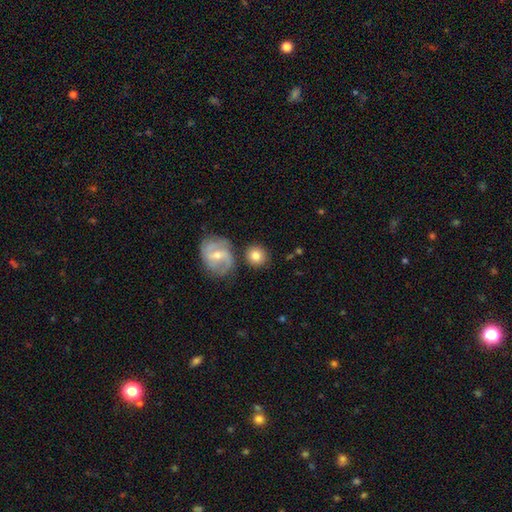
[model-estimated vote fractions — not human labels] Morphology: type=smooth (74%); roundness=round (88%); merging=none (77%).